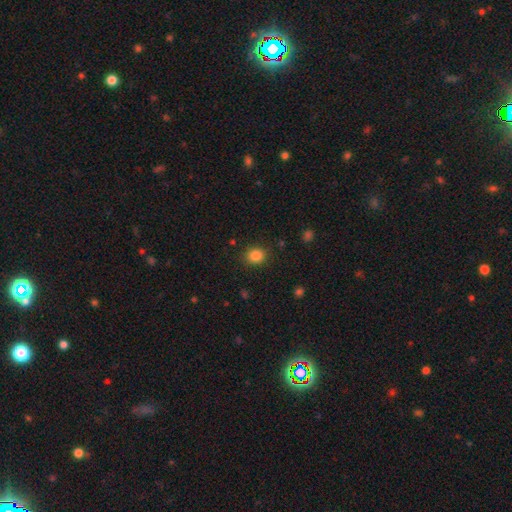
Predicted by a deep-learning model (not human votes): Overall: smooth (84%). How rounded: round (75%). Merging: none (87%).